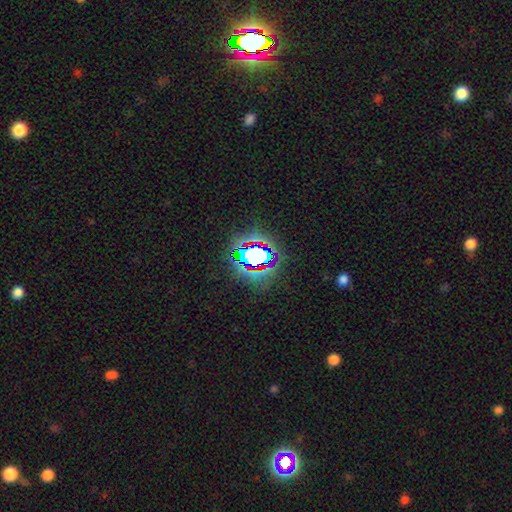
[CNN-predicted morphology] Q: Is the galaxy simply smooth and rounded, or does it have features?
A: star or artifact — 64%.